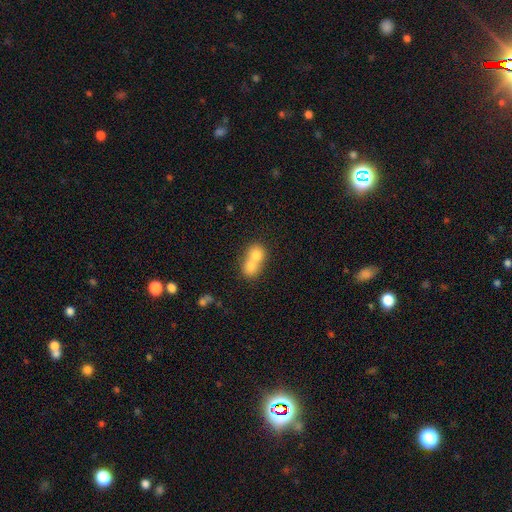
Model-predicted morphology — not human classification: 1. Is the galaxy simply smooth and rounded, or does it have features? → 72% smooth, 18% featured or disk, 9% star or artifact.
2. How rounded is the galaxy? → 63% round, 36% in between, 1% cigar-shaped.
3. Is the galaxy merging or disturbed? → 75% merger, 19% none, 4% minor disturbance, 2% major disturbance.